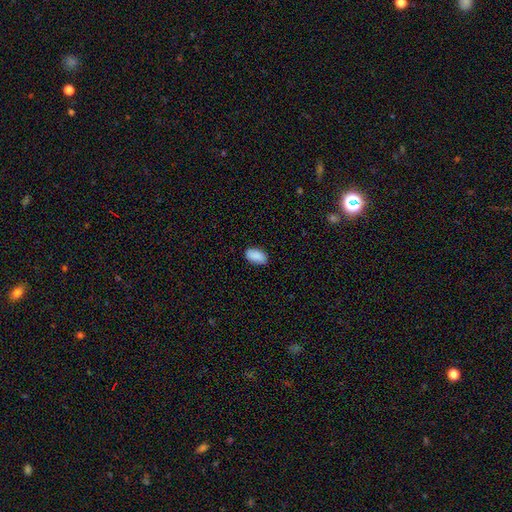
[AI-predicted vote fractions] smooth-or-featured: smooth: 90% | star or artifact: 7% | featured or disk: 3%
  how-rounded: in between: 94% | round: 4% | cigar-shaped: 2%
  merging: none: 86% | minor disturbance: 11% | major disturbance: 2% | merger: 1%